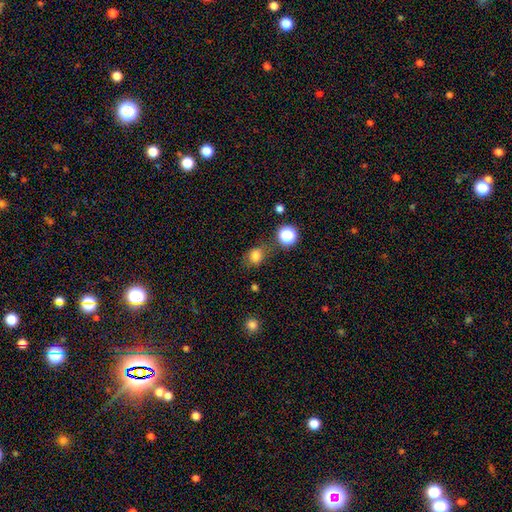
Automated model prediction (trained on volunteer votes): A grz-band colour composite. It shows a smooth galaxy with no disk features (79%) that is round (66%). Merging: none (69%).